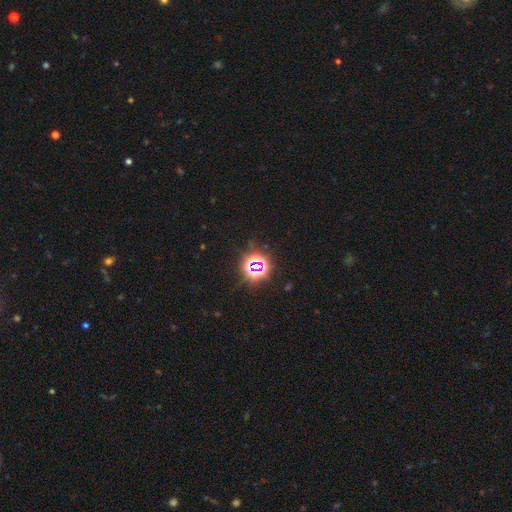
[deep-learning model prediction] A star or artifact, not a galaxy (68%).